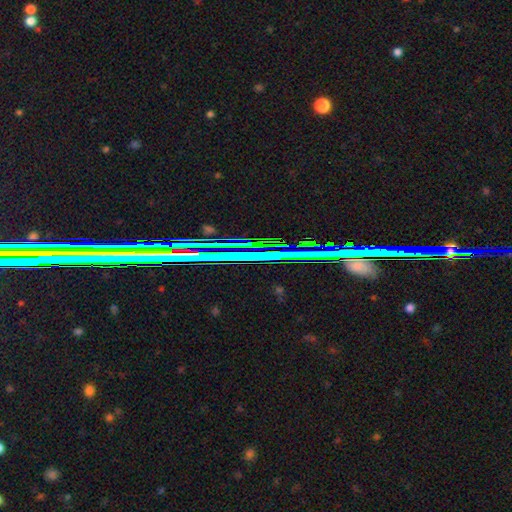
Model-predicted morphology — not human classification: Overall: star or artifact (77%).